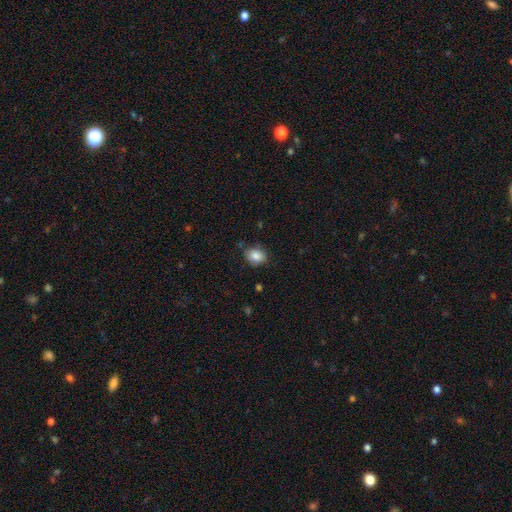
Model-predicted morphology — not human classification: This is clearly a smooth galaxy (85%). How rounded: possibly in between (55%). Merging: likely none (77%).